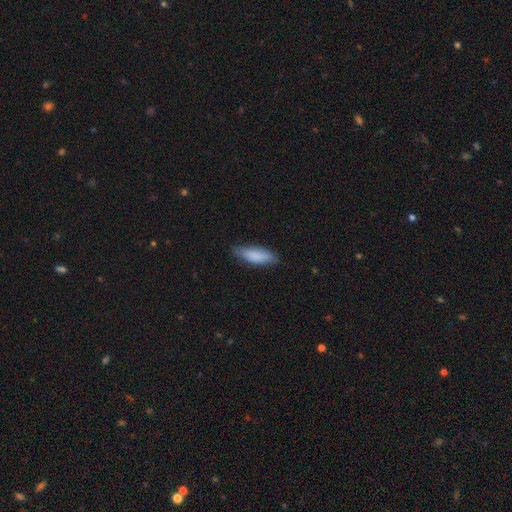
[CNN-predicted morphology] Smooth or featured: smooth — 85% (featured or disk — 9%)
How rounded: in between — 57% (cigar-shaped — 41%)
Merging: none — 78% (minor disturbance — 18%)